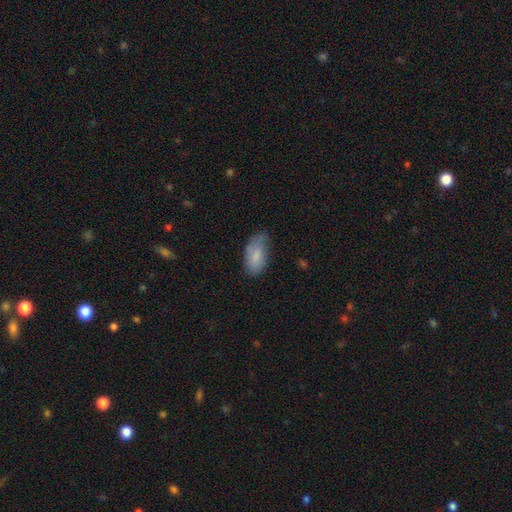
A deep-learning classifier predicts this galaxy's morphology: Smooth or featured: smooth — 80% (featured or disk — 14%)
How rounded: in between — 94% (cigar-shaped — 3%)
Merging: none — 55% (minor disturbance — 35%)